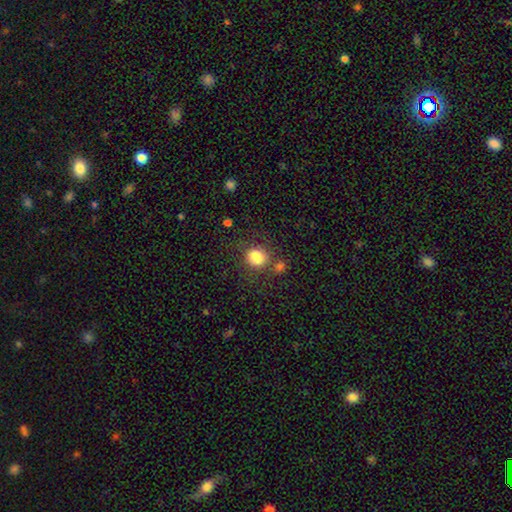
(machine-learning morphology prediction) Overall: smooth (83%). How rounded: round (74%). Merging: none (67%).